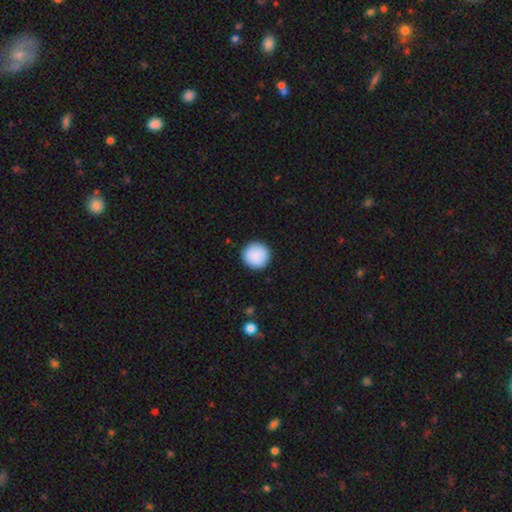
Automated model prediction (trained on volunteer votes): Morphology: type=smooth (90%); roundness=round (96%); merging=none (93%).